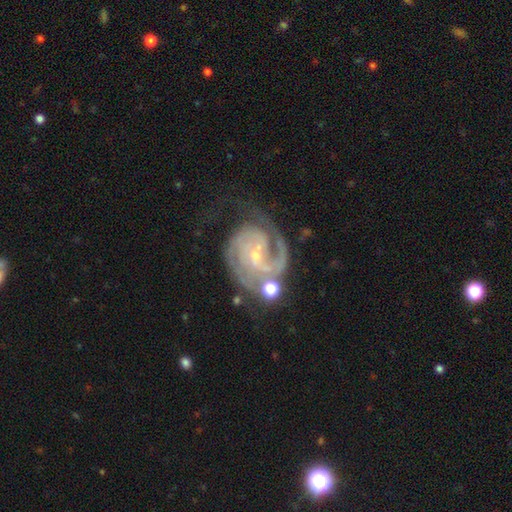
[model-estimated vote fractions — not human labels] The model was most divided on "bar": no: 47%, weak: 39%, strong: 15%. Remaining: edge-on disk — no (98%); spiral arms — yes (98%); smooth or featured — featured or disk (90%); bulge size — small (81%); spiral winding — tight (57%); merging — none (48%); spiral arm count — 2 (44%).